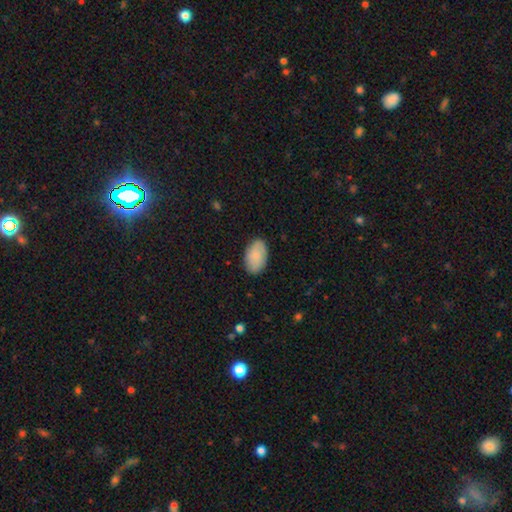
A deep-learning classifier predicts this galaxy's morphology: Smooth or featured?
  - smooth: 83% *
  - featured or disk: 11%
  - star or artifact: 6%
How rounded?
  - in between: 93% *
  - round: 6%
  - cigar-shaped: 1%
Merging?
  - none: 86% *
  - minor disturbance: 11%
  - major disturbance: 2%
  - merger: 1%